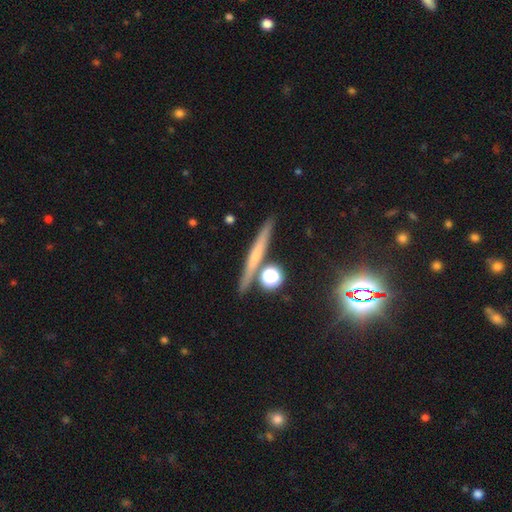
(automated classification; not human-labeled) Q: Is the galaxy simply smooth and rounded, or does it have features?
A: featured or disk — 46%.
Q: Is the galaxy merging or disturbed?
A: none — 84%.